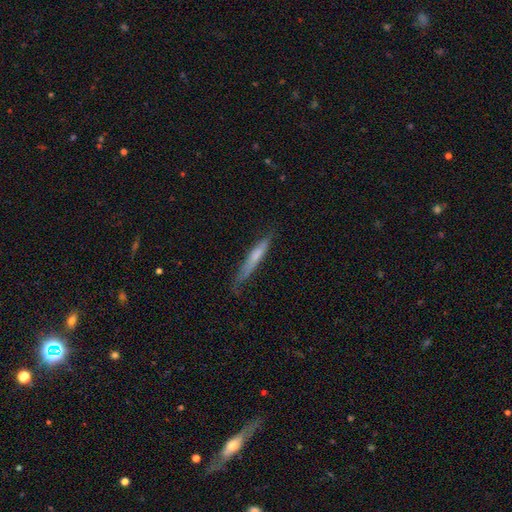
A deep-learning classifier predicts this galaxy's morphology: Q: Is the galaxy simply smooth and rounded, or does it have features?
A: smooth — 58%.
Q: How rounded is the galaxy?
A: cigar-shaped — 94%.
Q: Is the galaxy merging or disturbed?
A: none — 68%.